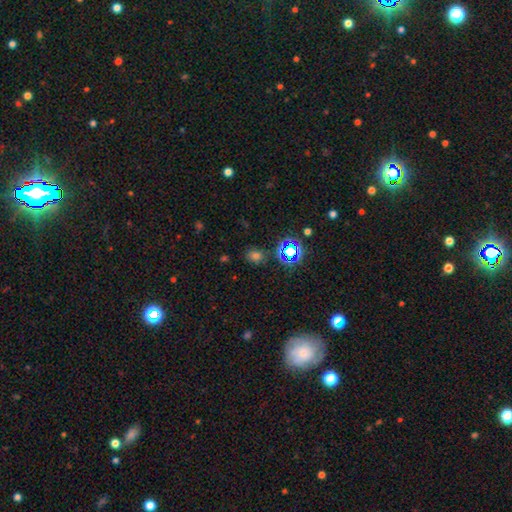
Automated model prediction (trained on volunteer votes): Smooth or featured: smooth — 58% (star or artifact — 35%)
How rounded: round — 60% (in between — 39%)
Merging: none — 83% (minor disturbance — 11%)